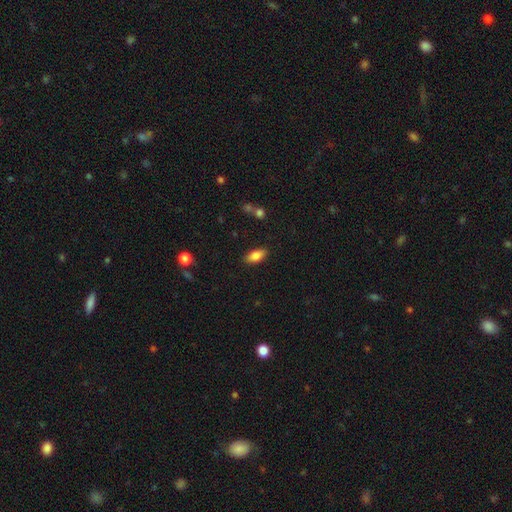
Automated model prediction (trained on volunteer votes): Smooth or featured? smooth (79%)
How rounded? in between (86%)
Merging? none (86%)